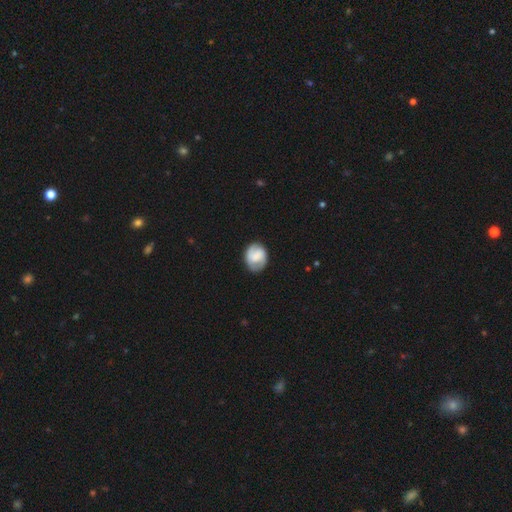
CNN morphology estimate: smooth_or_featured: smooth (p=0.51) [alt: featured or disk p=0.41]
how_rounded: round (p=0.58) [alt: in between p=0.41]
merging: none (p=0.77) [alt: minor disturbance p=0.16]